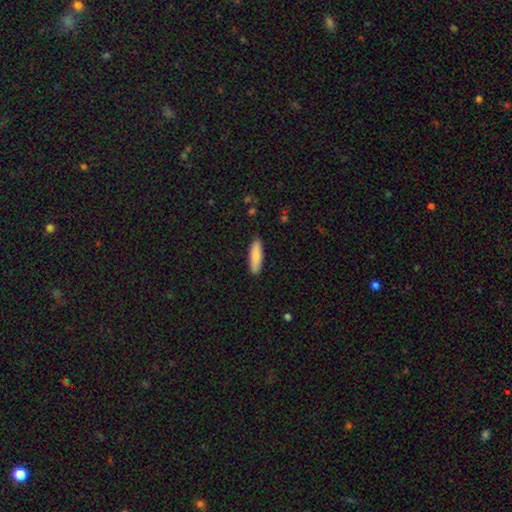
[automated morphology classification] Smooth or featured? smooth (84%)
How rounded? cigar-shaped (62%)
Merging? none (88%)